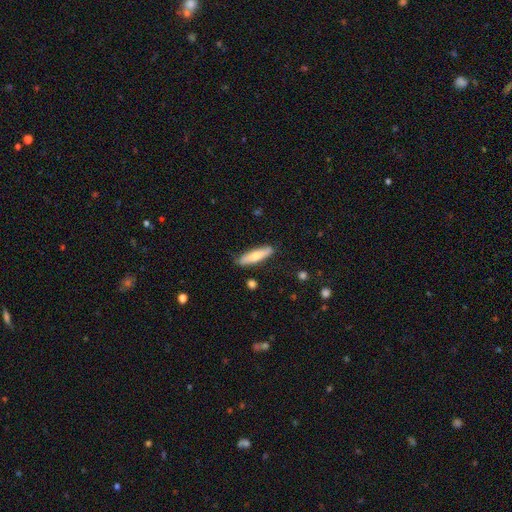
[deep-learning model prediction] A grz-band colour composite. It shows a smooth galaxy with no disk features (65%) that is cigar-shaped (73%). Merging: none (84%).